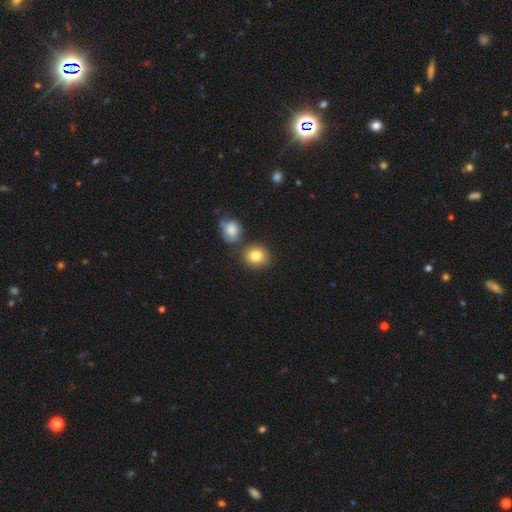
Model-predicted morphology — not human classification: Smooth or featured: smooth — 85% (star or artifact — 9%)
How rounded: round — 76% (in between — 23%)
Merging: none — 72% (merger — 15%)